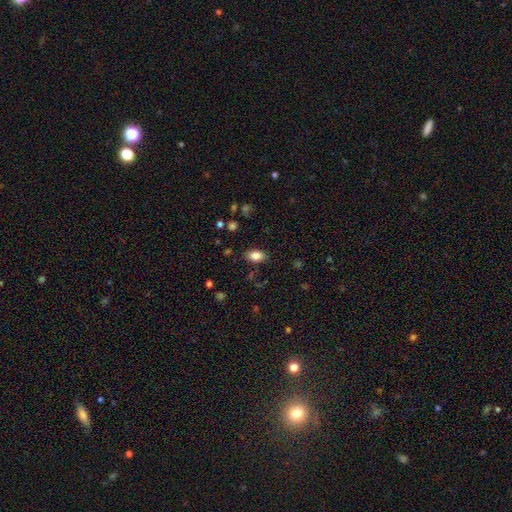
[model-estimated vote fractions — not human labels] The model was most divided on "merging": none: 85%, minor disturbance: 11%, major disturbance: 3%, merger: 1%. More confident: how rounded — in between (89%); smooth or featured — smooth (85%).